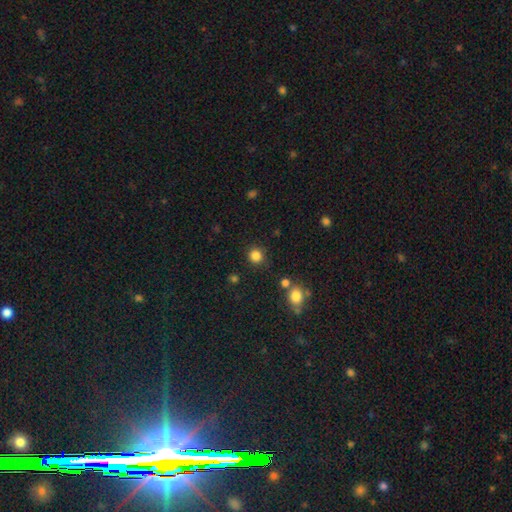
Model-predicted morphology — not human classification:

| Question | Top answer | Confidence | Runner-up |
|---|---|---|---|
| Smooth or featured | smooth | 83% | star or artifact (13%) |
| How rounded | round | 91% | in between (8%) |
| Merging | none | 85% | minor disturbance (8%) |